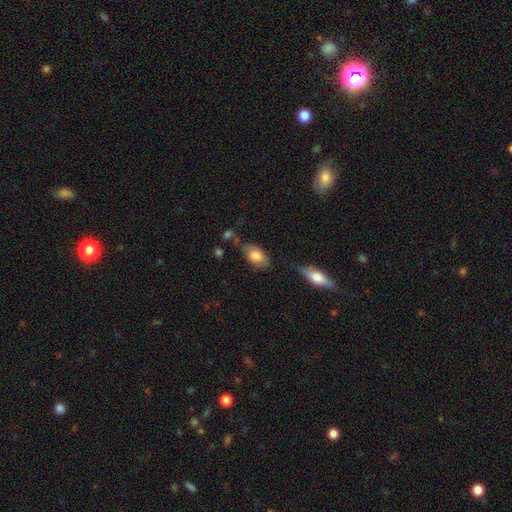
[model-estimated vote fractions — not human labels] smooth 80%, featured or disk 14%, star or artifact 7%. Down the decision tree: how rounded — in between (90%); merging — none (54%).